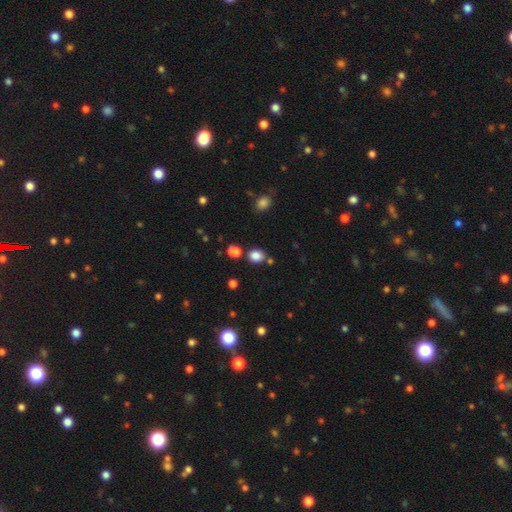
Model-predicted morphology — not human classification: Smooth or featured?
  - smooth: 81% *
  - star or artifact: 14%
  - featured or disk: 5%
How rounded?
  - round: 57% *
  - in between: 42%
  - cigar-shaped: 1%
Merging?
  - none: 71% *
  - merger: 14%
  - minor disturbance: 11%
  - major disturbance: 4%